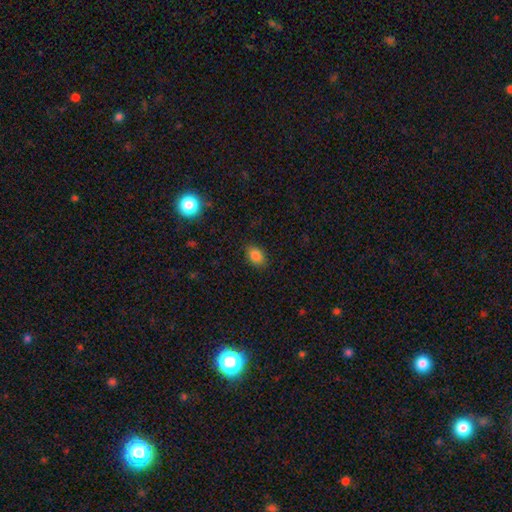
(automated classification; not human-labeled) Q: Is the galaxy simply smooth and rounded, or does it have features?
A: smooth — 84%.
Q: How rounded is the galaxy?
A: in between — 73%.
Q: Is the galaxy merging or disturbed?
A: none — 84%.